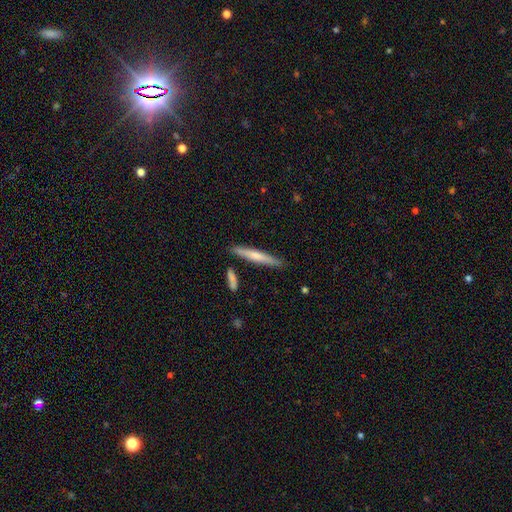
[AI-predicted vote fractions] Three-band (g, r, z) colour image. It shows a smooth galaxy with no disk features (58%) that is cigar-shaped (94%). Merging: none (85%).